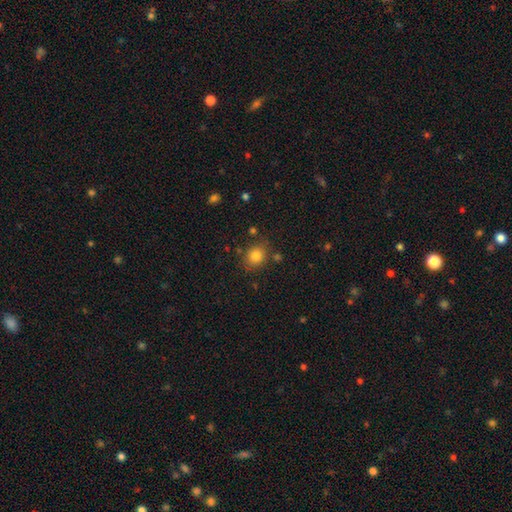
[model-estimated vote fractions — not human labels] Overall: smooth (82%). How rounded: round (68%; in between 31%). Merging: none (79%).